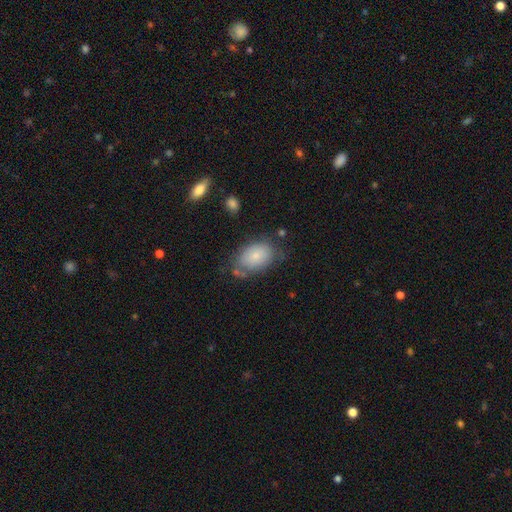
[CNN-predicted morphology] smooth_or_featured: smooth (p=0.80) [alt: featured or disk p=0.13]
how_rounded: in between (p=0.88) [alt: round p=0.11]
merging: none (p=0.64) [alt: minor disturbance p=0.23]